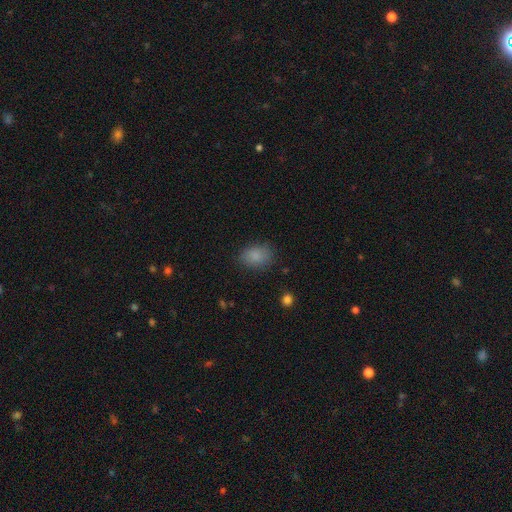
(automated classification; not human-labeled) The model was most divided on "how rounded": in between: 70%, round: 29%, cigar-shaped: 1%. More confident: smooth or featured — smooth (85%); merging — none (79%).